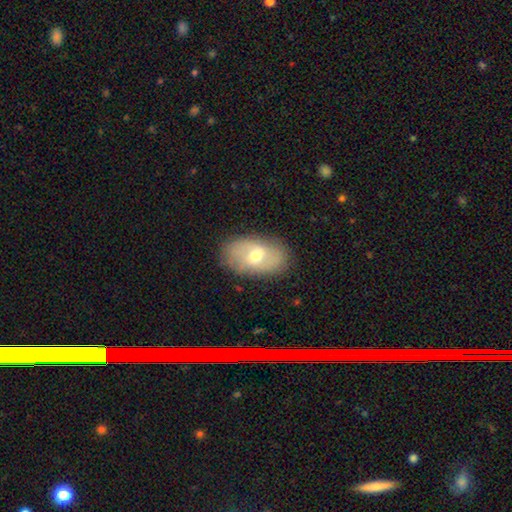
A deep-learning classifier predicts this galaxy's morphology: The model was most divided on "smooth or featured": smooth: 48%, featured or disk: 44%, star or artifact: 8%. More confident: merging — none (82%).